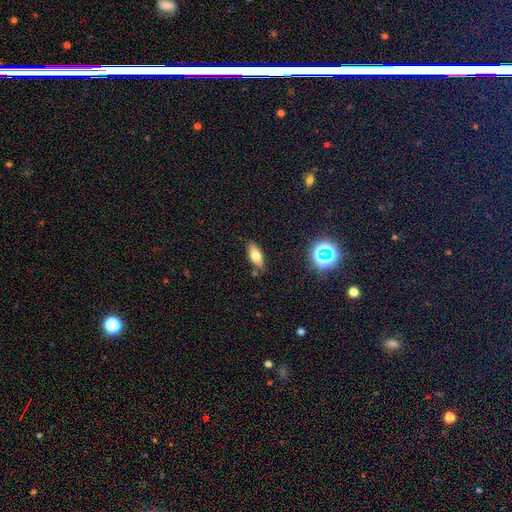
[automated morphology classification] Smooth or featured?
  - smooth: 68% *
  - featured or disk: 20%
  - star or artifact: 12%
How rounded?
  - in between: 76% *
  - cigar-shaped: 20%
  - round: 4%
Merging?
  - none: 82% *
  - minor disturbance: 12%
  - merger: 3%
  - major disturbance: 3%